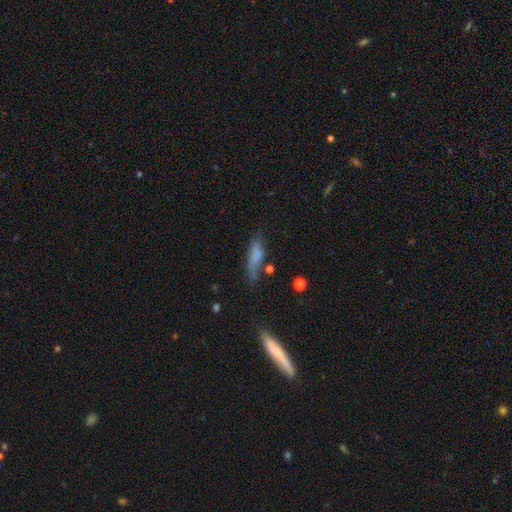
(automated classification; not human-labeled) smooth 70%, featured or disk 20%, star or artifact 10%. Down the decision tree: how rounded — cigar-shaped (61%); merging — none (53%).